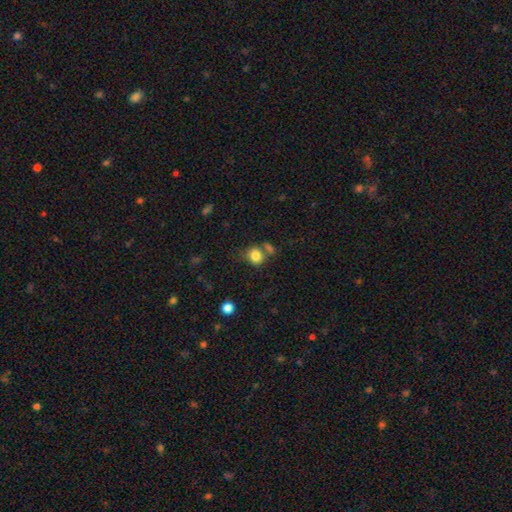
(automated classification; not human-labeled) A smooth galaxy with no disk features (82%) that is round (66%).

Vote fractions:
- Smooth or featured? smooth: 82% / star or artifact: 11% / featured or disk: 7%
- How rounded? round: 66% / in between: 33% / cigar-shaped: 1%
- Merging? none: 56% / merger: 19% / minor disturbance: 17% / major disturbance: 7%